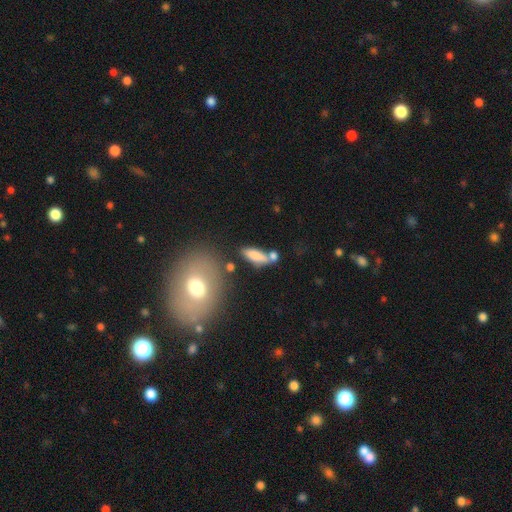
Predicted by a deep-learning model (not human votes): Smooth or featured? Predicted: smooth (p=0.77). How rounded? Predicted: in between (p=0.59). Merging? Predicted: none (p=0.51).